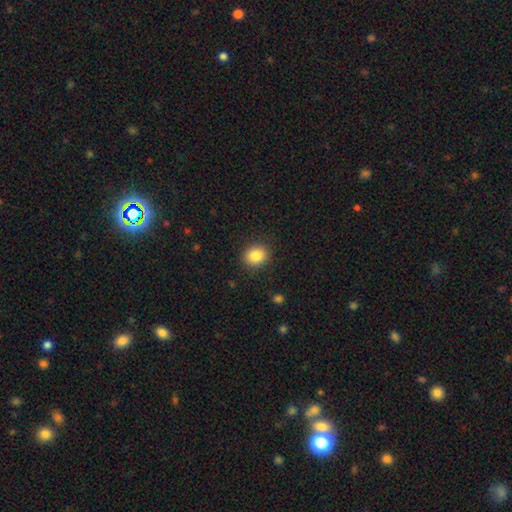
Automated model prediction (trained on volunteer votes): Overall: smooth (85%). How rounded: round (66%; in between 33%). Merging: none (89%).